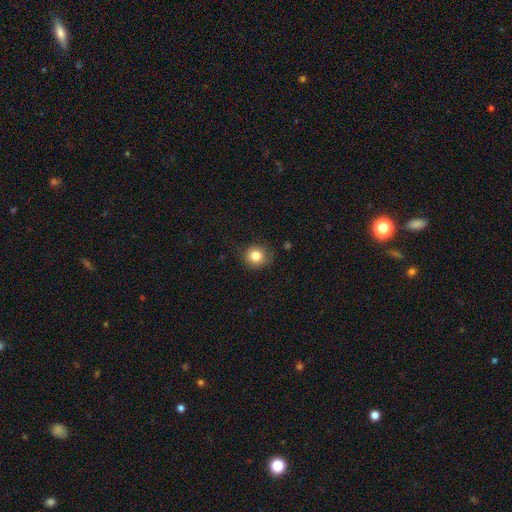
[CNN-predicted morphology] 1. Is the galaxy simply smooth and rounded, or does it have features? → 82% smooth, 11% star or artifact, 7% featured or disk.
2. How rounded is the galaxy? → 86% round, 13% in between, 1% cigar-shaped.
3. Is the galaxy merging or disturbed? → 80% none, 15% minor disturbance, 4% major disturbance, 1% merger.